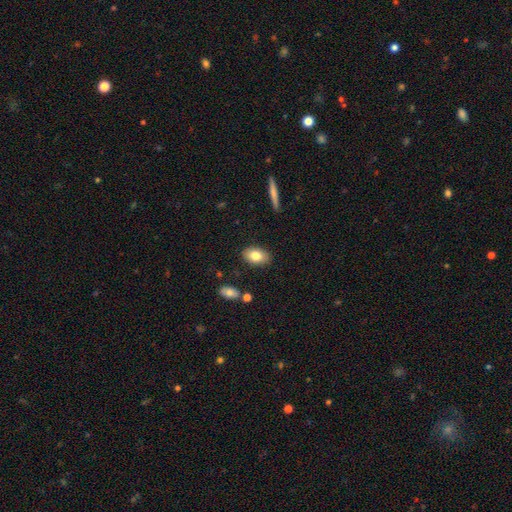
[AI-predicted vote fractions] A smooth galaxy with no disk features (79%) that is in between round and cigar-shaped (90%). Merging: none (86%).